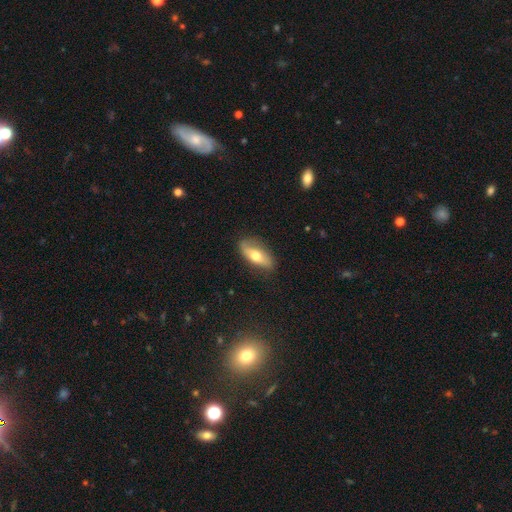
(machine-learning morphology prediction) Smooth or featured? Predicted: smooth (p=0.55). How rounded? Predicted: in between (p=0.74). Merging? Predicted: none (p=0.77).